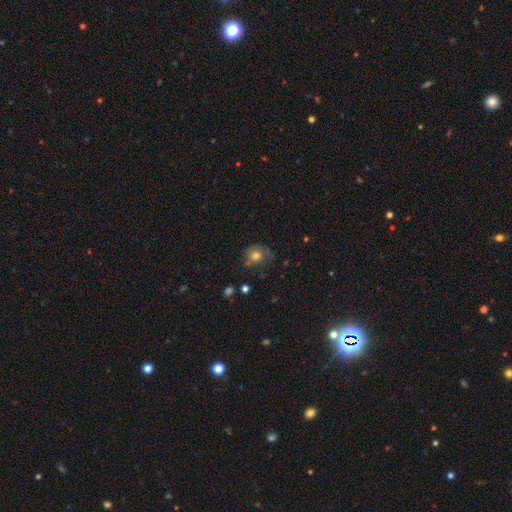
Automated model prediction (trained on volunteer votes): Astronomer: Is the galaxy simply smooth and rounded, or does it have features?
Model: smooth — 74%.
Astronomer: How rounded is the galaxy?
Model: round — 69%.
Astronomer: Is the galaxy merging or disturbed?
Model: none — 51% (runner-up: minor disturbance, 29%).